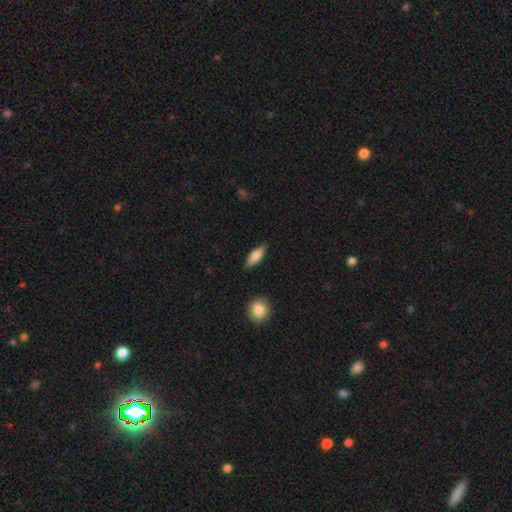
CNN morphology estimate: Q: Smooth or featured?
A: smooth (75%); runner-up: featured or disk (18%)
Q: How rounded?
A: in between (64%); runner-up: cigar-shaped (33%)
Q: Merging?
A: none (84%); runner-up: minor disturbance (12%)